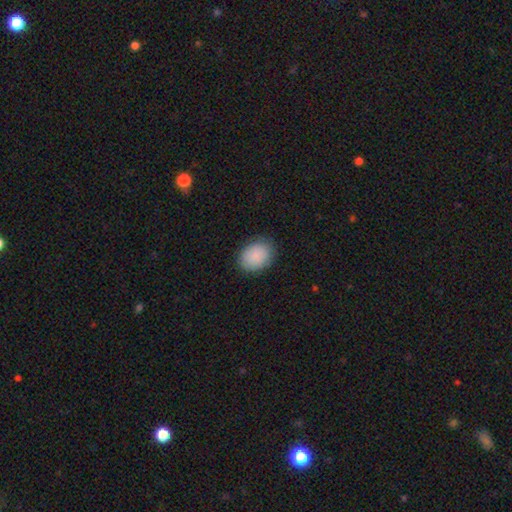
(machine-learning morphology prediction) smooth 87%, star or artifact 7%, featured or disk 6%. Down the decision tree: how rounded — in between (61%); merging — none (83%).